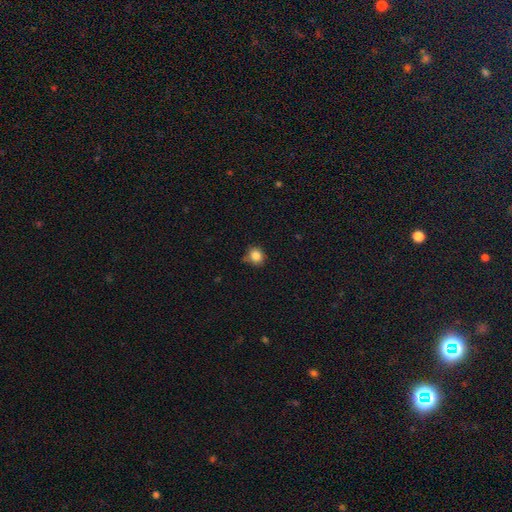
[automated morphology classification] smooth_or_featured: smooth (p=0.84) [alt: star or artifact p=0.11]
how_rounded: round (p=0.84) [alt: in between p=0.15]
merging: none (p=0.75) [alt: minor disturbance p=0.18]